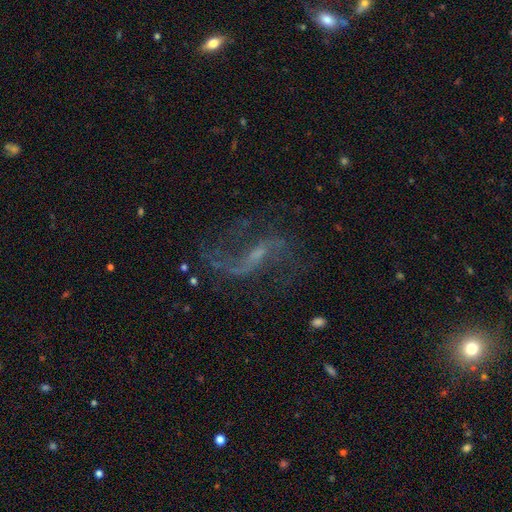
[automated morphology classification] The model was most divided on "bar": weak: 50%, strong: 28%, no: 22%. More confident: edge-on disk — no (96%); spiral arms — yes (94%); spiral arm count — 2 (88%); smooth or featured — featured or disk (84%); spiral winding — loose (80%); merging — none (67%); bulge size — small (53%).